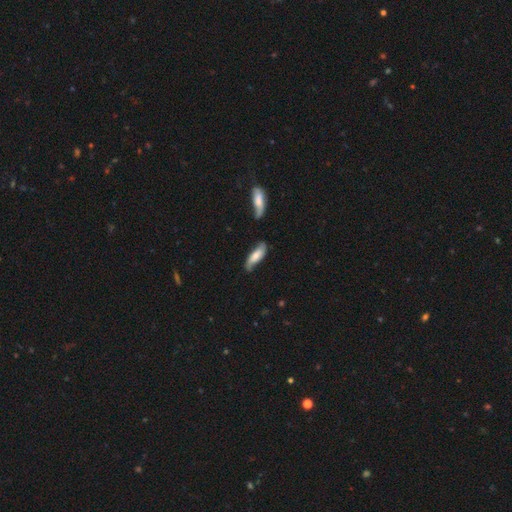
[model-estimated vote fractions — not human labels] smooth-or-featured: smooth: 48% | featured or disk: 45% | star or artifact: 7%
  merging: none: 57% | minor disturbance: 28% | major disturbance: 10% | merger: 5%